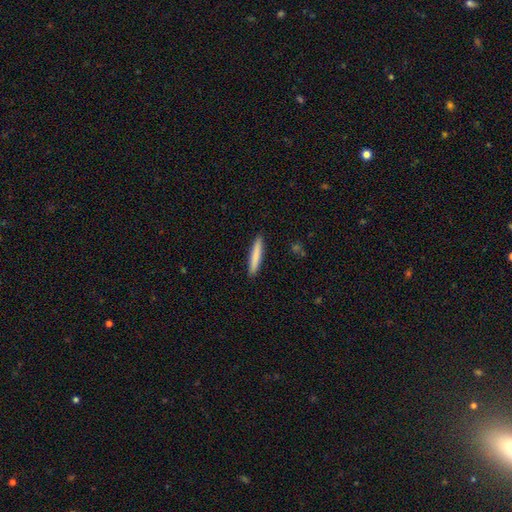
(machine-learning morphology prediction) This is clearly a smooth galaxy (81%). How rounded: clearly cigar-shaped (93%). Merging: clearly none (91%).